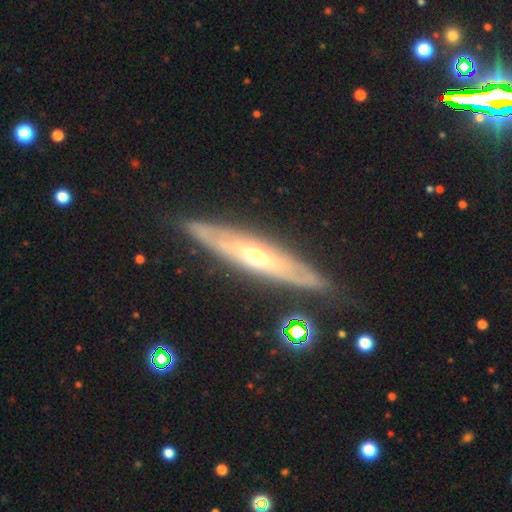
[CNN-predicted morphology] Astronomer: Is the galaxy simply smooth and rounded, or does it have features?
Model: featured or disk — 78%.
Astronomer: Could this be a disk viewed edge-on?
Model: yes — 62% (runner-up: no, 38%).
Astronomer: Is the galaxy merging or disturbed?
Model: none — 81%.